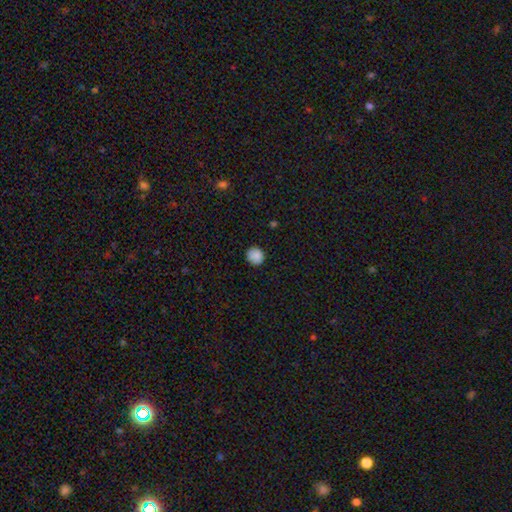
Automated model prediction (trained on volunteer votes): Smooth or featured?
  - smooth: 87% *
  - star or artifact: 9%
  - featured or disk: 3%
How rounded?
  - round: 87% *
  - in between: 12%
  - cigar-shaped: 1%
Merging?
  - none: 87% *
  - minor disturbance: 10%
  - major disturbance: 2%
  - merger: 1%